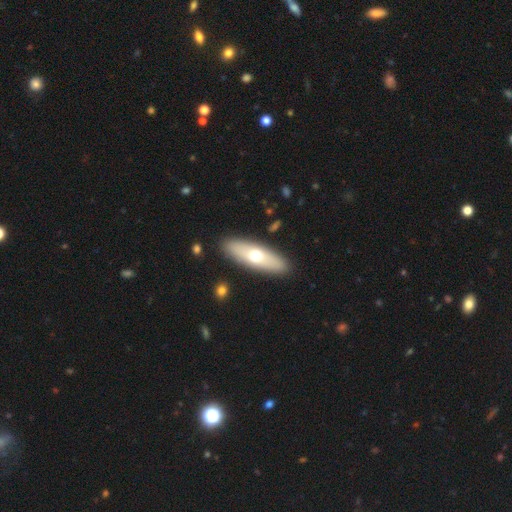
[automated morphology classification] Q: Smooth or featured?
A: smooth (57%); runner-up: featured or disk (37%)
Q: How rounded?
A: in between (52%); runner-up: cigar-shaped (45%)
Q: Merging?
A: none (90%); runner-up: minor disturbance (7%)